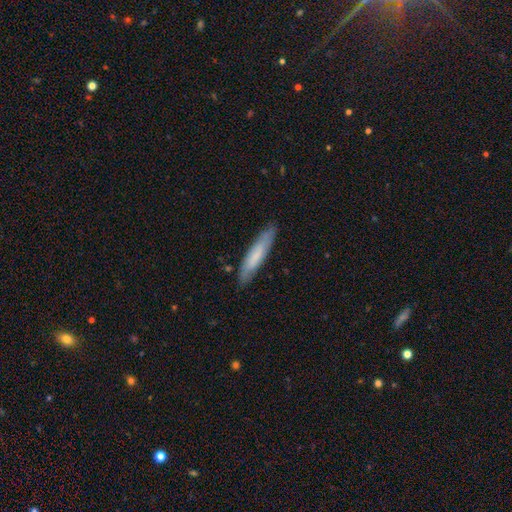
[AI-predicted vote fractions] Morphology: type=smooth (66%); roundness=cigar-shaped (86%); merging=none (86%).